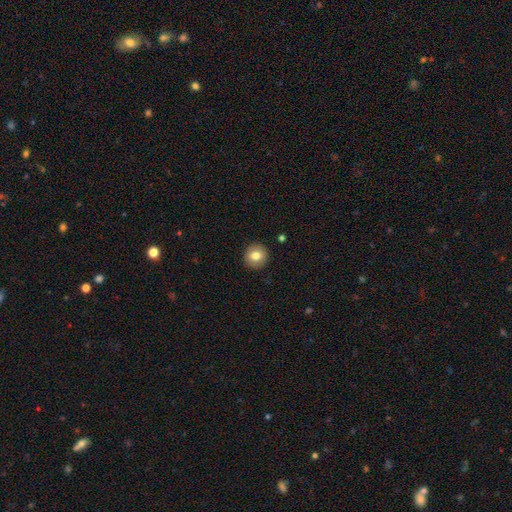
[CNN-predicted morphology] smooth_or_featured: smooth (p=0.80) [alt: featured or disk p=0.11]
how_rounded: round (p=0.93) [alt: in between p=0.06]
merging: none (p=0.92) [alt: minor disturbance p=0.05]